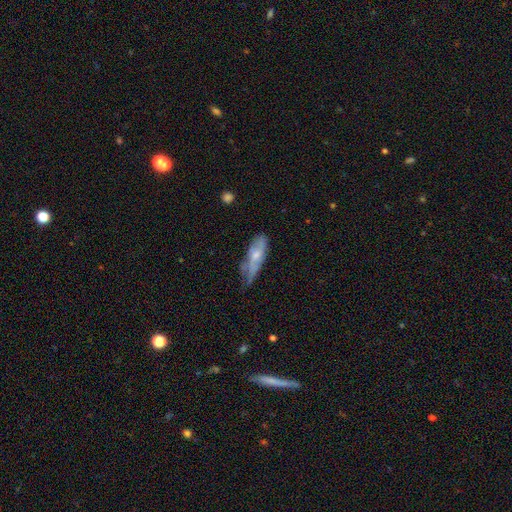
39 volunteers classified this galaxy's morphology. smooth_or_featured: featured or disk (p=0.59) [alt: smooth p=0.38]
disk_edge_on: no (p=0.65) [alt: yes p=0.35]
bar: no (p=0.67) [alt: weak p=0.27]
has_spiral_arms: no (p=0.67) [alt: yes p=0.33]
bulge_size: small (p=0.53) [alt: moderate p=0.27]
merging: minor disturbance (p=0.39) [alt: major disturbance p=0.32]